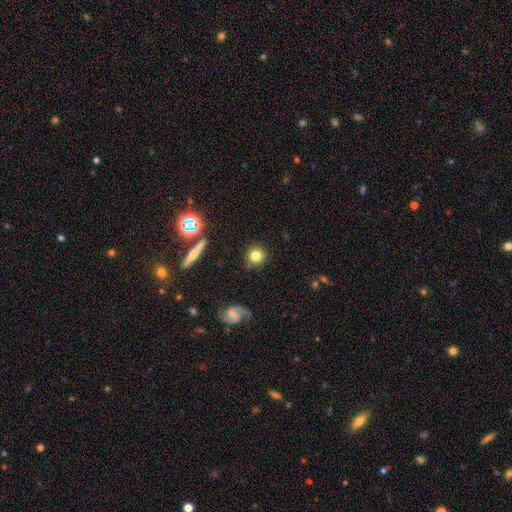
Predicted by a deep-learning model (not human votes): A smooth galaxy with no disk features (76%) that is round (92%). Merging: none (85%).